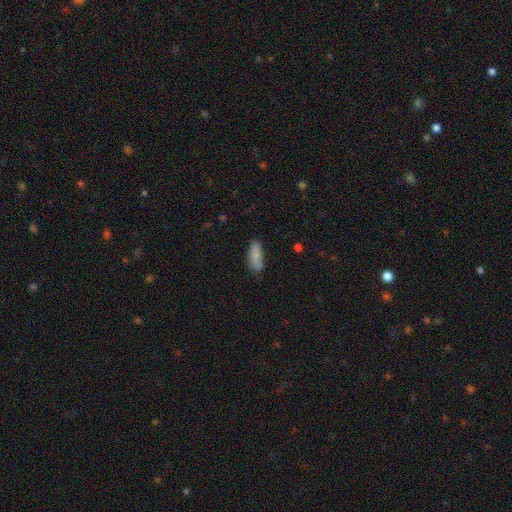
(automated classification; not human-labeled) smooth 78%, featured or disk 15%, star or artifact 6%. Down the decision tree: how rounded — in between (75%); merging — none (73%).